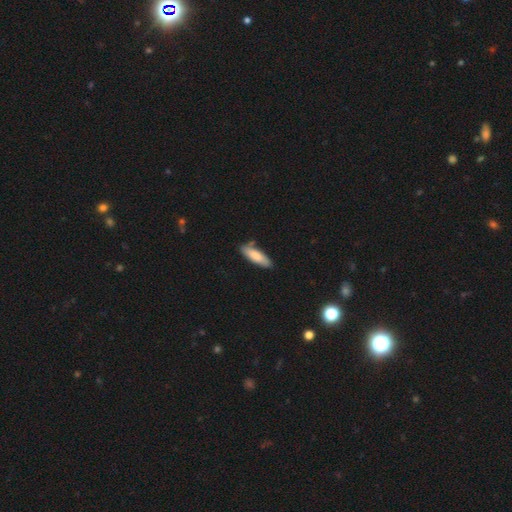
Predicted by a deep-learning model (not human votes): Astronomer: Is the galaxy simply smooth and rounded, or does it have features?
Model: smooth — 80%.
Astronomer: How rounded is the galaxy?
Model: in between — 50% (runner-up: cigar-shaped, 49%).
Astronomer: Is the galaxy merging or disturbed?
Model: none — 79%.